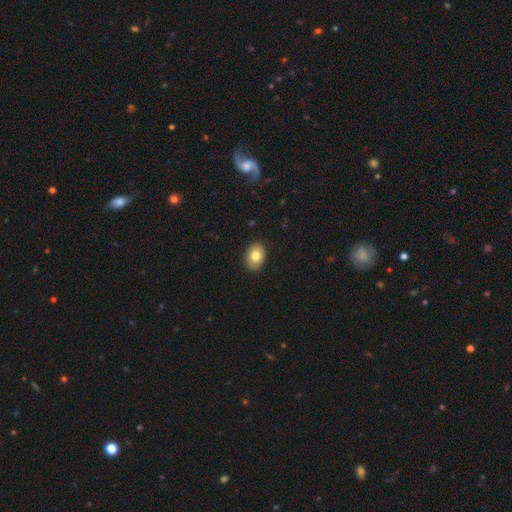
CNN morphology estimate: type=smooth (78%); roundness=in between (76%); merging=none (89%).